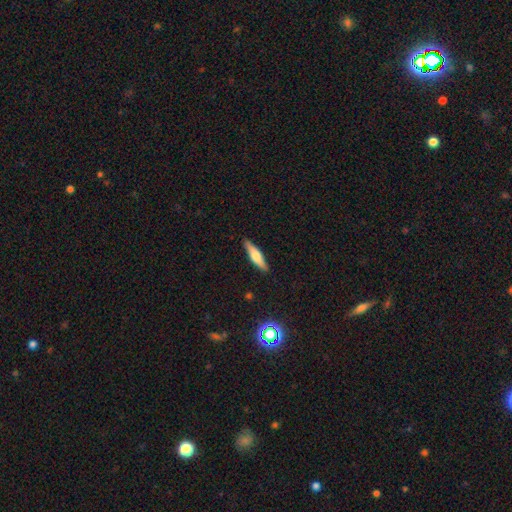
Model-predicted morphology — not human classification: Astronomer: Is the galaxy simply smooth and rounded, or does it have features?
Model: smooth — 51% (runner-up: featured or disk, 43%).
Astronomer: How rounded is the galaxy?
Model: cigar-shaped — 75%.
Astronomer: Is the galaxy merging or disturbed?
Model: none — 89%.